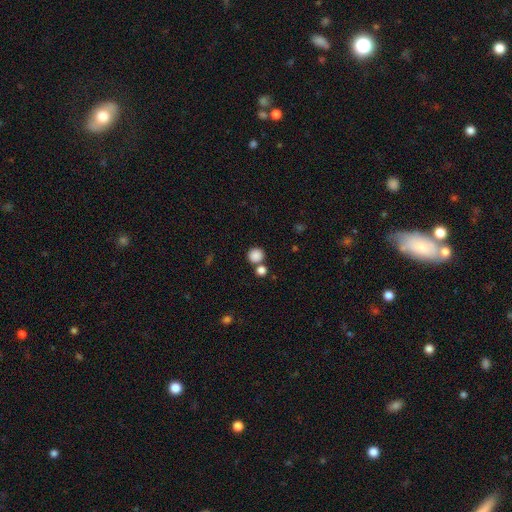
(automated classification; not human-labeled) Smooth or featured: smooth — 86% (star or artifact — 10%)
How rounded: round — 89% (in between — 10%)
Merging: none — 67% (merger — 22%)